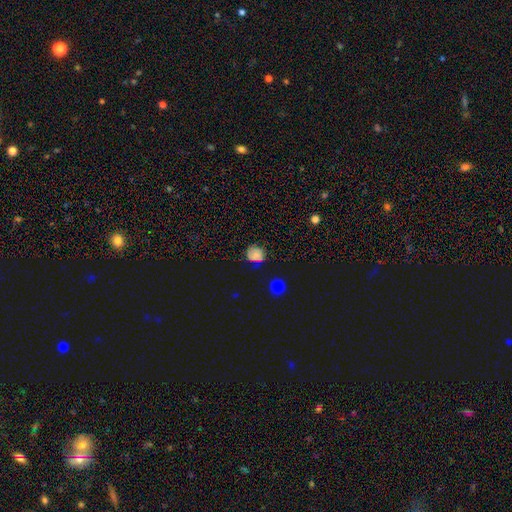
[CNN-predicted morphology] Smooth or featured? smooth (71%)
How rounded? round (80%)
Merging? none (72%)